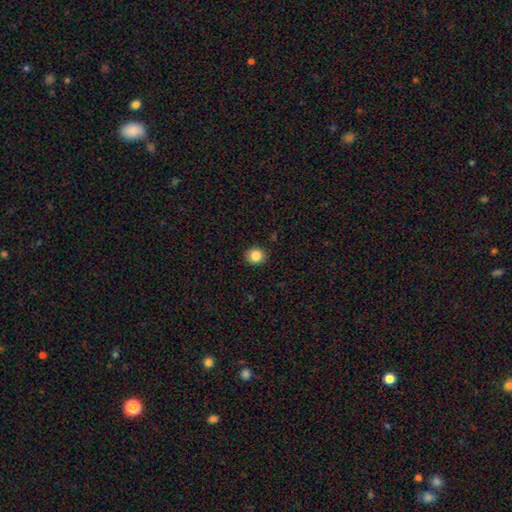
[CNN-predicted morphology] smooth_or_featured: smooth (p=0.86) [alt: star or artifact p=0.10]
how_rounded: round (p=0.84) [alt: in between p=0.15]
merging: none (p=0.90) [alt: minor disturbance p=0.07]